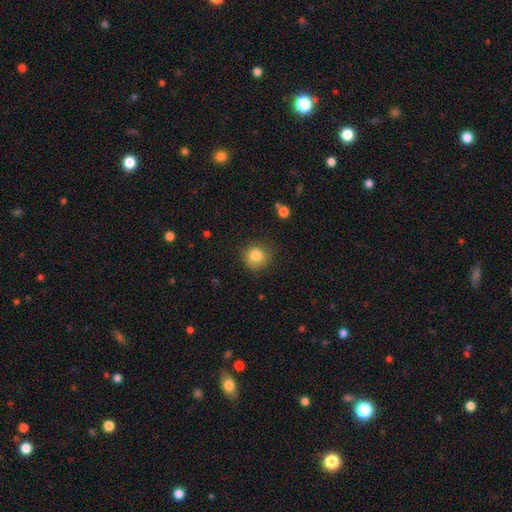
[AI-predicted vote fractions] smooth 83%, star or artifact 10%, featured or disk 7%. Down the decision tree: how rounded — round (91%); merging — none (80%).